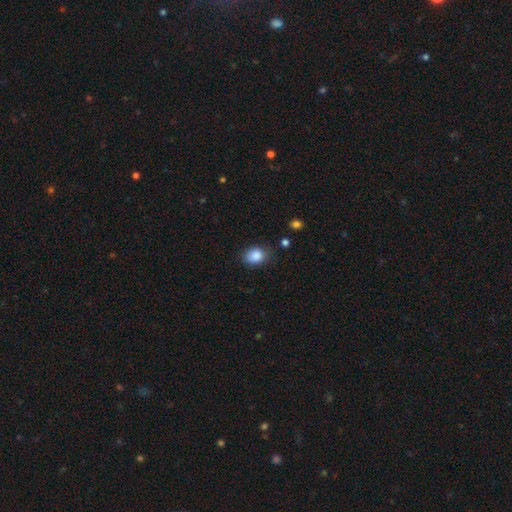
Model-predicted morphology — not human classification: type=smooth (87%); roundness=in between (56%); merging=none (75%).